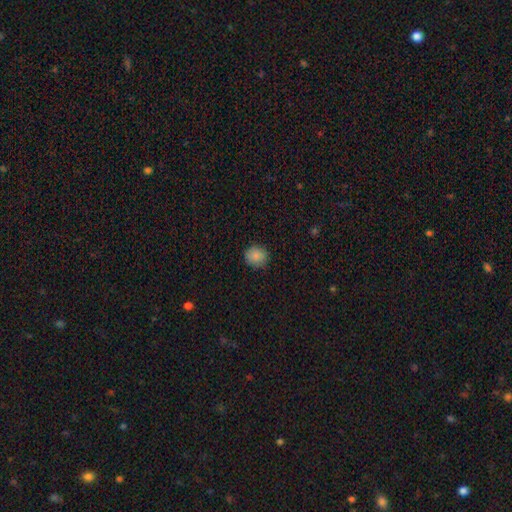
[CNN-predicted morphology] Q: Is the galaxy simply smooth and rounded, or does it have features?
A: smooth — 85%.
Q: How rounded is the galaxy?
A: round — 82%.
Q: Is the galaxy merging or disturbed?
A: none — 86%.